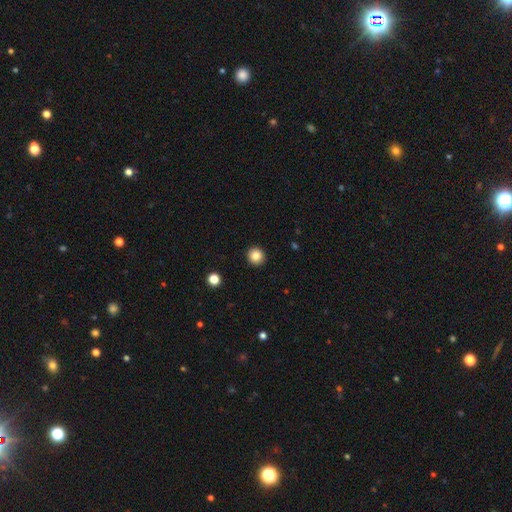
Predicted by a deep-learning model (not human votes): A smooth galaxy with no disk features (85%) that is round (94%).

Vote fractions:
- Smooth or featured? smooth: 85% / star or artifact: 10% / featured or disk: 5%
- How rounded? round: 94% / in between: 5% / cigar-shaped: 1%
- Merging? none: 93% / minor disturbance: 4% / major disturbance: 1% / merger: 1%